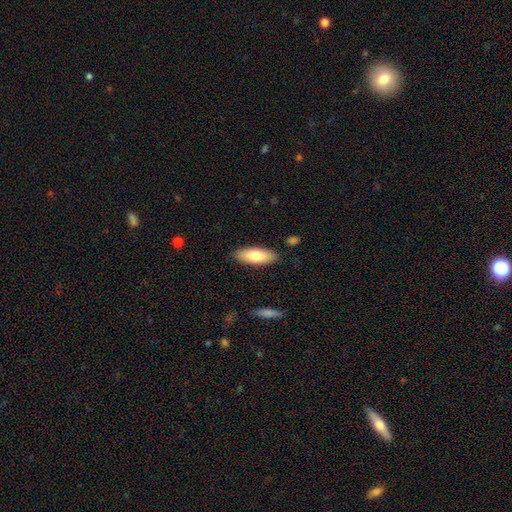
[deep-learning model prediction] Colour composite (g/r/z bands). It shows a smooth galaxy with no disk features (80%) that is in between round and cigar-shaped (70%). Merging: none (87%).